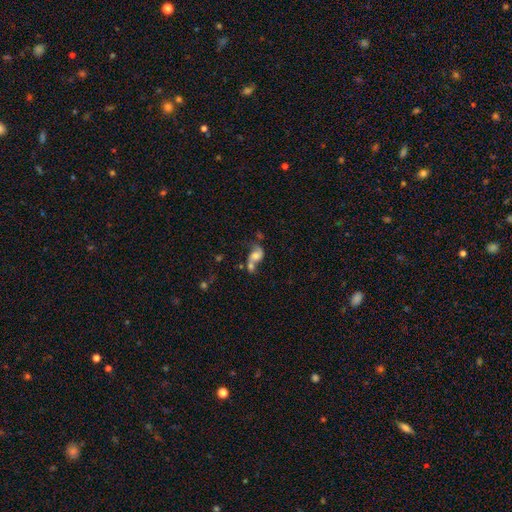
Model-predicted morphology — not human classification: Q: Smooth or featured?
A: featured or disk (51%); runner-up: smooth (38%)
Q: Edge-on disk?
A: no (96%); runner-up: yes (4%)
Q: Merging?
A: merger (50%); runner-up: none (23%)